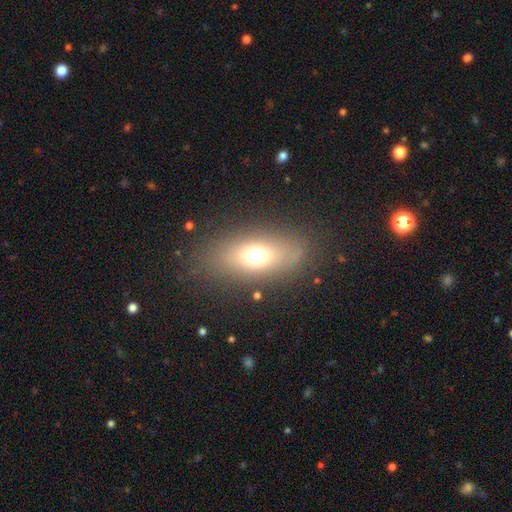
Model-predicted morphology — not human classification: Smooth or featured?
  - smooth: 64% *
  - featured or disk: 20%
  - star or artifact: 15%
How rounded?
  - in between: 77% *
  - round: 15%
  - cigar-shaped: 8%
Merging?
  - none: 82% *
  - minor disturbance: 10%
  - major disturbance: 6%
  - merger: 2%